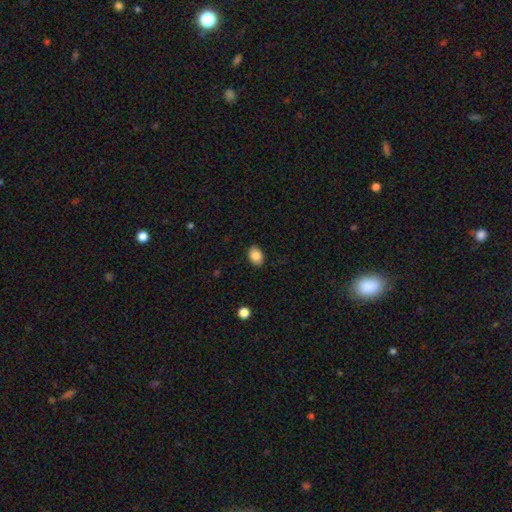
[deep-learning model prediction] This appears to be a smooth galaxy with no disk features (86%) that is in between round and cigar-shaped (81%). Merging: none (88%).